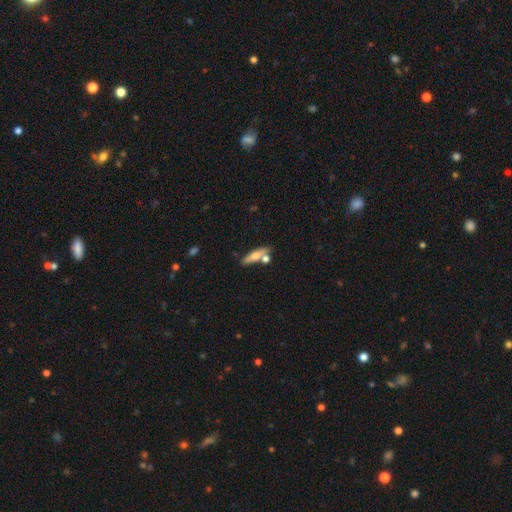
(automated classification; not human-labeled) smooth-or-featured: smooth: 58% | featured or disk: 35% | star or artifact: 7%
  how-rounded: cigar-shaped: 66% | in between: 30% | round: 4%
  merging: none: 63% | merger: 20% | minor disturbance: 13% | major disturbance: 4%